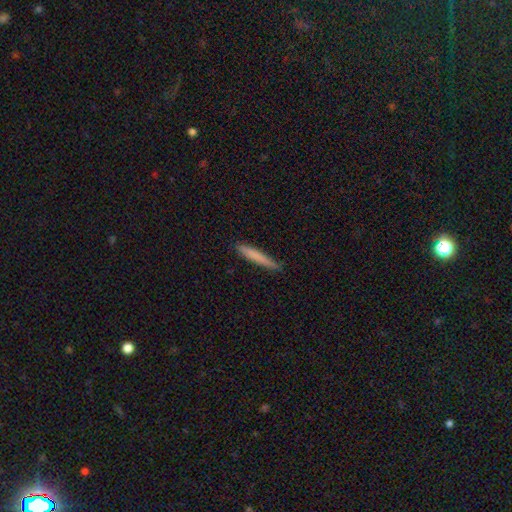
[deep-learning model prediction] A smooth galaxy with no disk features (76%) that is cigar-shaped (95%).

Vote fractions:
- Smooth or featured? smooth: 76% / featured or disk: 18% / star or artifact: 6%
- How rounded? cigar-shaped: 95% / in between: 4% / round: 1%
- Merging? none: 82% / minor disturbance: 15% / major disturbance: 2% / merger: 1%